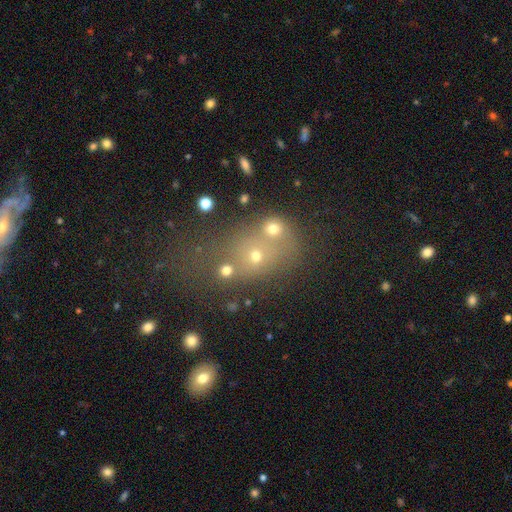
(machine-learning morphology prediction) smooth 41%, star or artifact 38%, featured or disk 22%. Down the decision tree: merging — merger (46%).